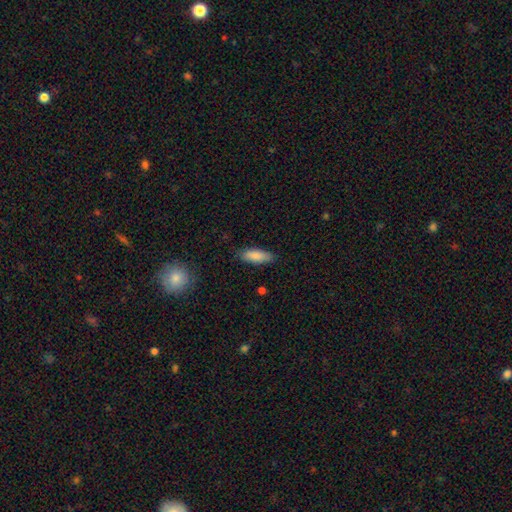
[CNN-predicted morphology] This is clearly a smooth galaxy (86%). How rounded: likely in between (66%). Merging: clearly none (83%).